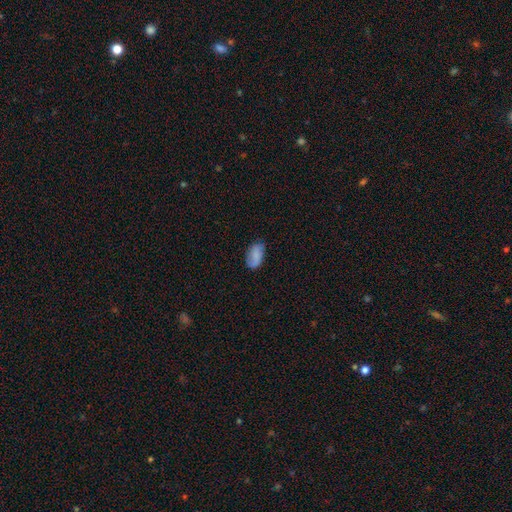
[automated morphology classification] The model was most divided on "smooth or featured": smooth: 70%, featured or disk: 22%, star or artifact: 8%. More confident: how rounded — in between (93%); merging — none (72%).